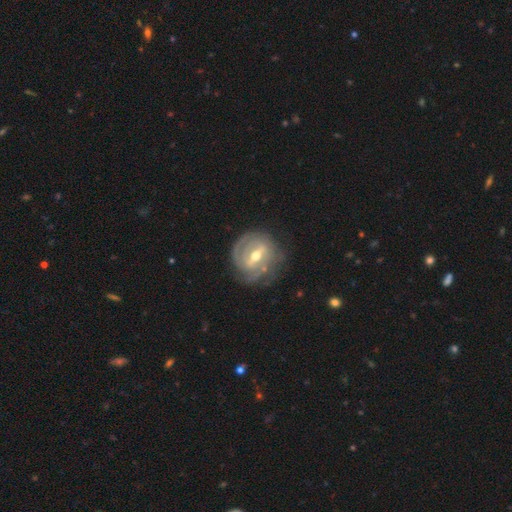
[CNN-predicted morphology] Overall: featured or disk (84%). Edge-on disk: no (95%). Bar: strong (47%; weak 41%). Spiral arms: yes (88%). Spiral arm count: 2 (37%; can't tell 32%). Spiral winding: tight (66%; medium 26%). Bulge size: moderate (71%). Merging: none (72%).